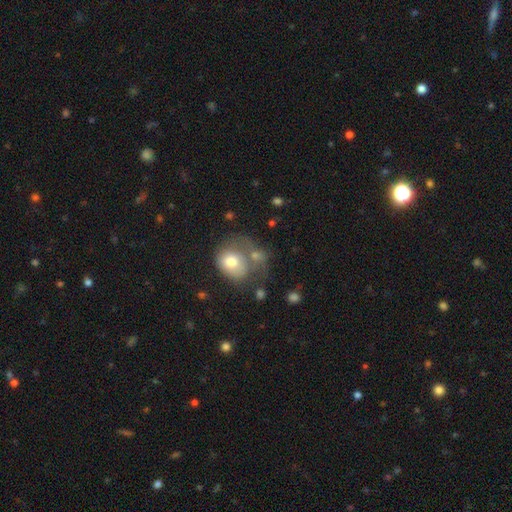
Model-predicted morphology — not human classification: Overall: smooth (66%). How rounded: round (57%; in between 42%). Merging: merger (34%; none 28%).